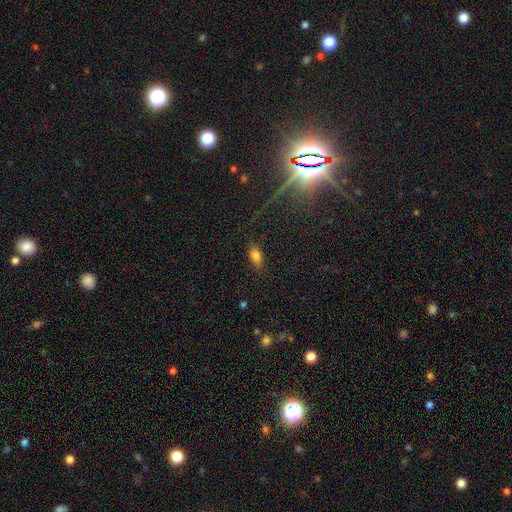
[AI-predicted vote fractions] Q: Smooth or featured?
A: smooth (80%); runner-up: star or artifact (13%)
Q: How rounded?
A: in between (86%); runner-up: cigar-shaped (8%)
Q: Merging?
A: none (83%); runner-up: minor disturbance (12%)